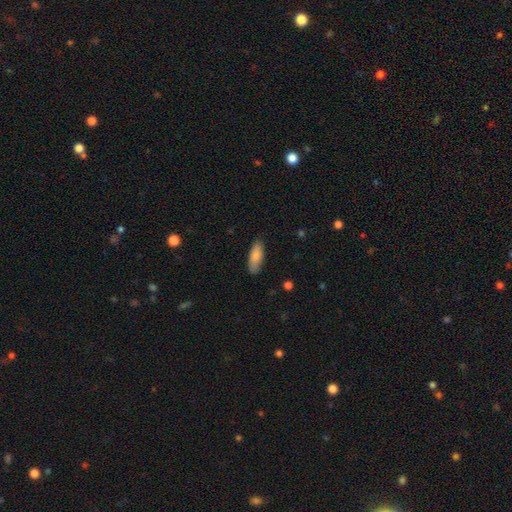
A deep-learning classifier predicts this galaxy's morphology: This appears to be a smooth galaxy with no disk features (84%) that is in between round and cigar-shaped (67%). Merging: none (86%).